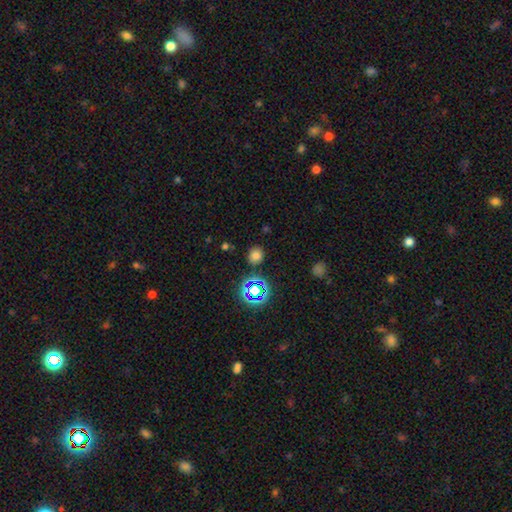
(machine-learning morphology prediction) This appears to be a smooth galaxy with no disk features (70%) that is round (84%). Merging: none (84%).